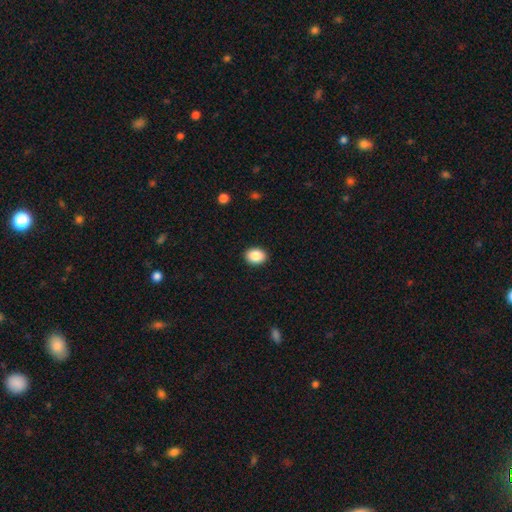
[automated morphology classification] Smooth or featured?
  - smooth: 88% *
  - star or artifact: 8%
  - featured or disk: 4%
How rounded?
  - in between: 60% *
  - round: 39%
  - cigar-shaped: 1%
Merging?
  - none: 91% *
  - minor disturbance: 6%
  - major disturbance: 2%
  - merger: 1%